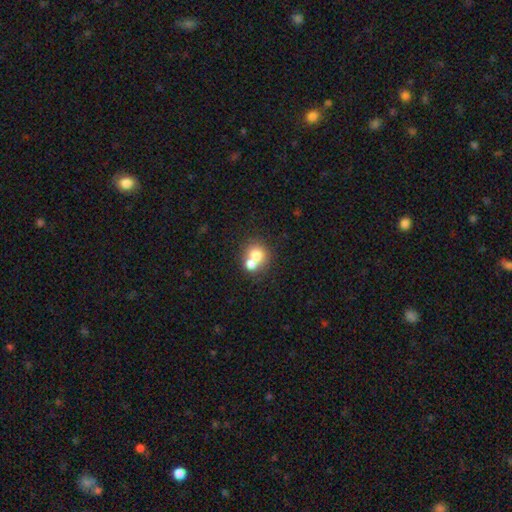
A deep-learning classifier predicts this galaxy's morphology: Q: Smooth or featured?
A: smooth (72%); runner-up: featured or disk (18%)
Q: How rounded?
A: round (75%); runner-up: in between (24%)
Q: Merging?
A: merger (56%); runner-up: none (34%)